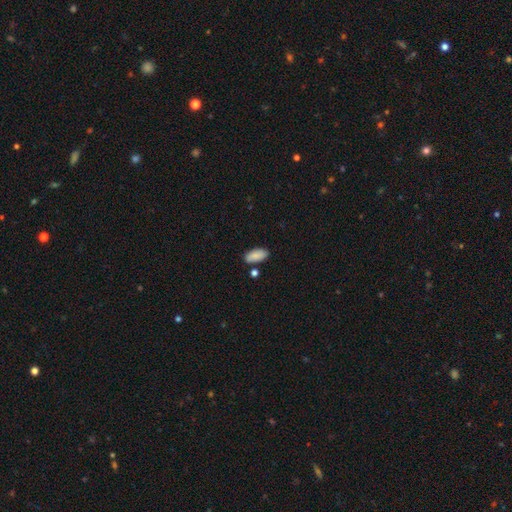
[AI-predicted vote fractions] A smooth galaxy with no disk features (87%) that is in between round and cigar-shaped (91%).

Vote fractions:
- Smooth or featured? smooth: 87% / star or artifact: 7% / featured or disk: 7%
- How rounded? in between: 91% / cigar-shaped: 6% / round: 2%
- Merging? none: 81% / minor disturbance: 11% / merger: 6% / major disturbance: 2%